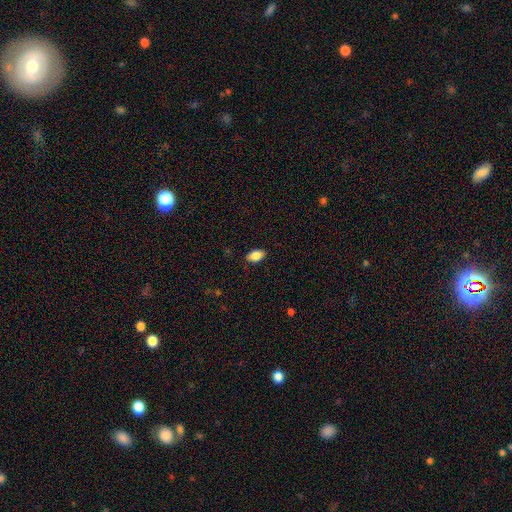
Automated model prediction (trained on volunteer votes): Smooth or featured? Predicted: smooth (p=0.86). How rounded? Predicted: in between (p=0.92). Merging? Predicted: none (p=0.86).